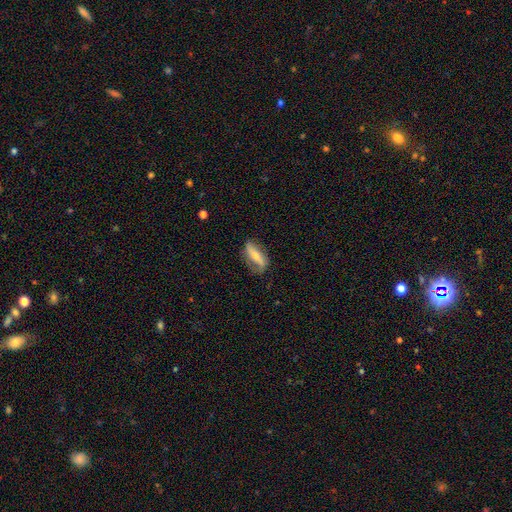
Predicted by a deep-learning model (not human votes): Smooth or featured? featured or disk (58%)
Edge-on disk? no (74%)
Merging? none (67%)